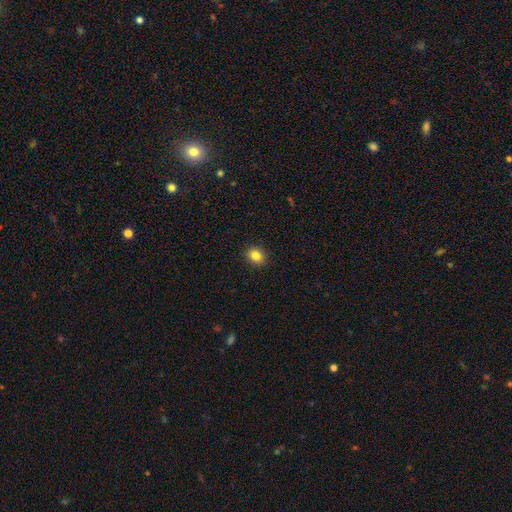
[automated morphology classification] Smooth or featured? smooth (84%)
How rounded? round (65%)
Merging? none (91%)